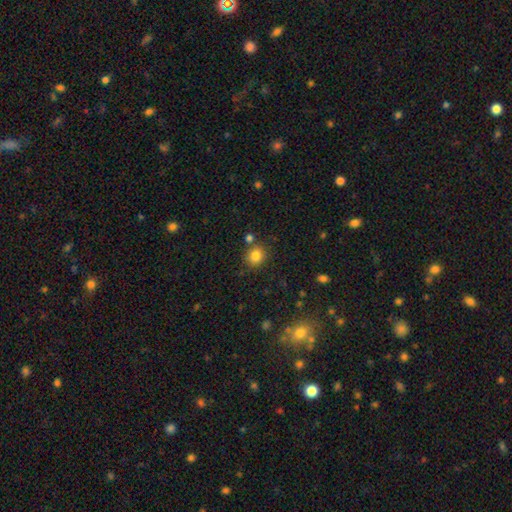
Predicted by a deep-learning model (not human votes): Overall: smooth (82%). How rounded: round (76%). Merging: none (77%).